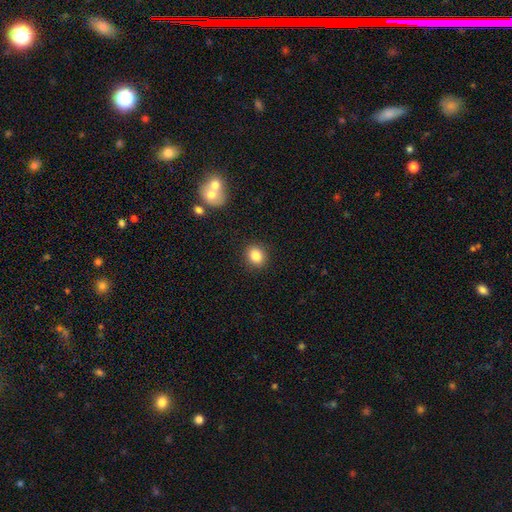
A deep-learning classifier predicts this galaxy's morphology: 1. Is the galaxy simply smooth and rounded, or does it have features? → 85% smooth, 10% star or artifact, 6% featured or disk.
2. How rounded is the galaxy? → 69% round, 31% in between, 1% cigar-shaped.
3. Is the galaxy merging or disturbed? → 90% none, 7% minor disturbance, 2% major disturbance, 2% merger.